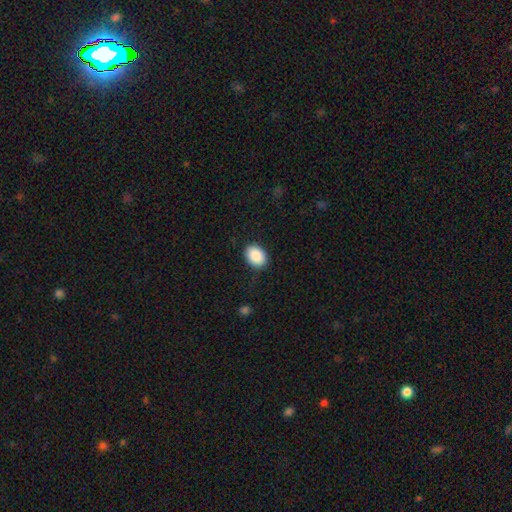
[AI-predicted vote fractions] Smooth or featured? Predicted: smooth (p=0.89). How rounded? Predicted: in between (p=0.73). Merging? Predicted: none (p=0.88).